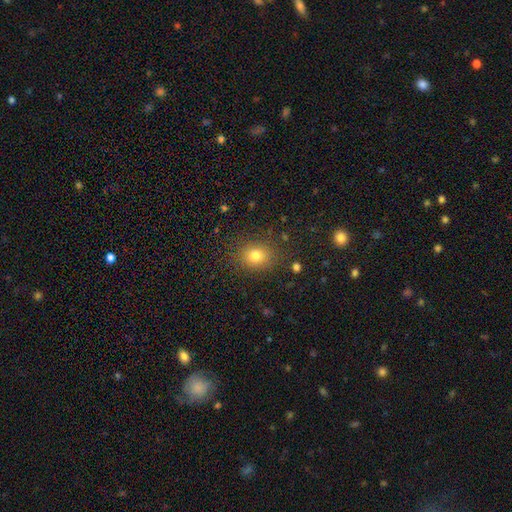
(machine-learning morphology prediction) A smooth galaxy with no disk features (79%) that is round (67%). Merging: none (85%).